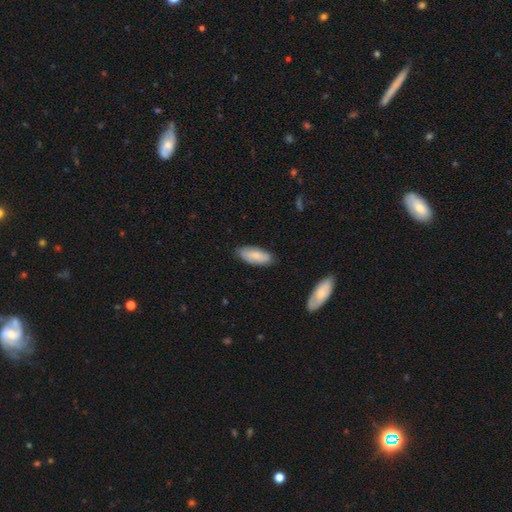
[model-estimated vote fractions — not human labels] Smooth or featured? Predicted: smooth (p=0.80). How rounded? Predicted: in between (p=0.79). Merging? Predicted: none (p=0.80).